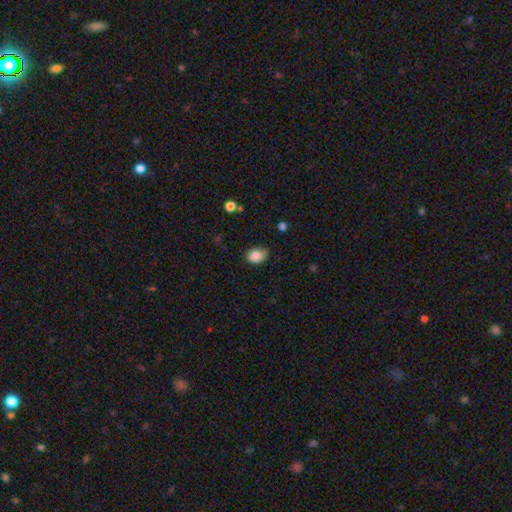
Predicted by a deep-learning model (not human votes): Smooth or featured? smooth (87%)
How rounded? in between (69%)
Merging? none (64%)